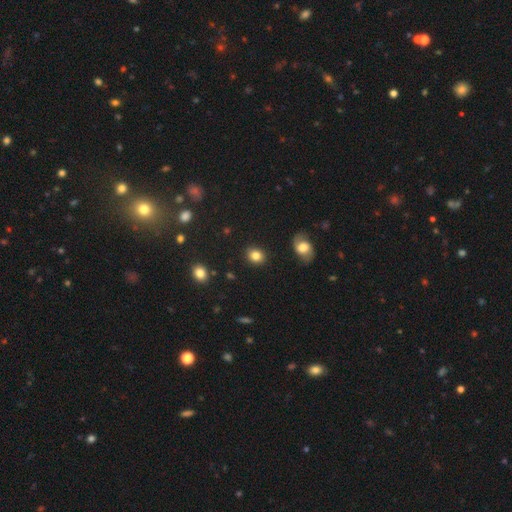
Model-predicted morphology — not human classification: Smooth or featured? smooth (84%)
How rounded? round (62%)
Merging? none (88%)